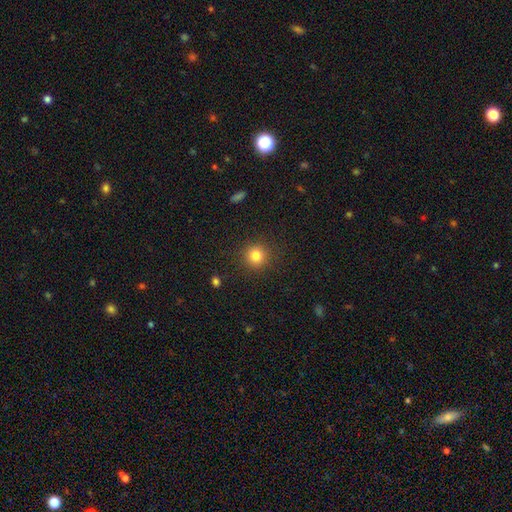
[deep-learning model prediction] Smooth or featured? smooth (82%)
How rounded? round (93%)
Merging? none (90%)